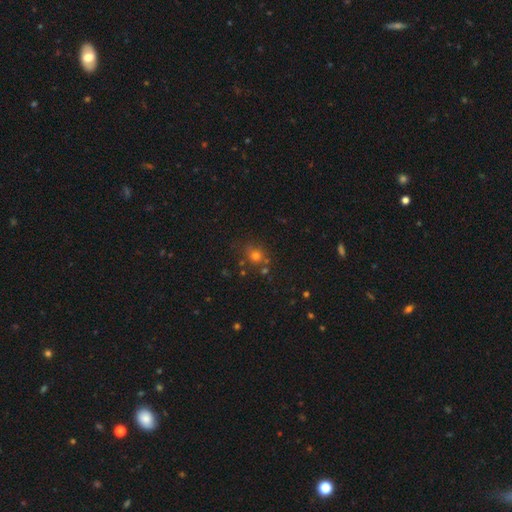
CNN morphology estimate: Overall: smooth (69%). How rounded: round (83%). Merging: none (70%).